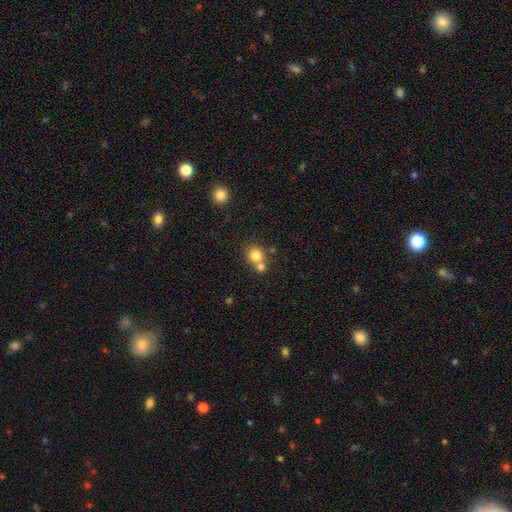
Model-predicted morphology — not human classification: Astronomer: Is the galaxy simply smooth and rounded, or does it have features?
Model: smooth — 78%.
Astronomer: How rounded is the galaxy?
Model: round — 83%.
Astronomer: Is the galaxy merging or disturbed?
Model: none — 48% (runner-up: merger, 42%).